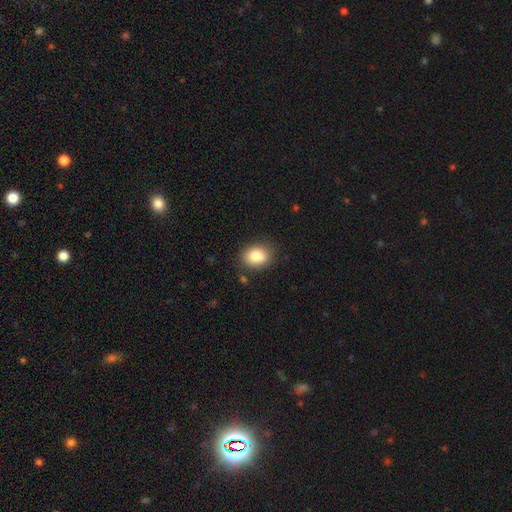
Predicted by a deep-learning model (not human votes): Morphology: type=smooth (84%); roundness=in between (61%); merging=none (80%).